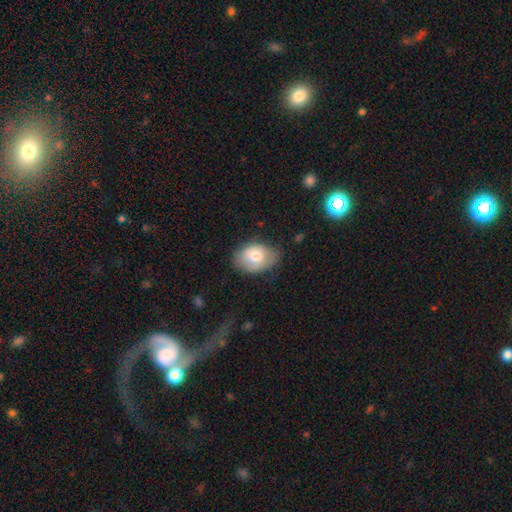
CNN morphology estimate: Smooth or featured? smooth (71%)
How rounded? in between (80%)
Merging? none (67%)